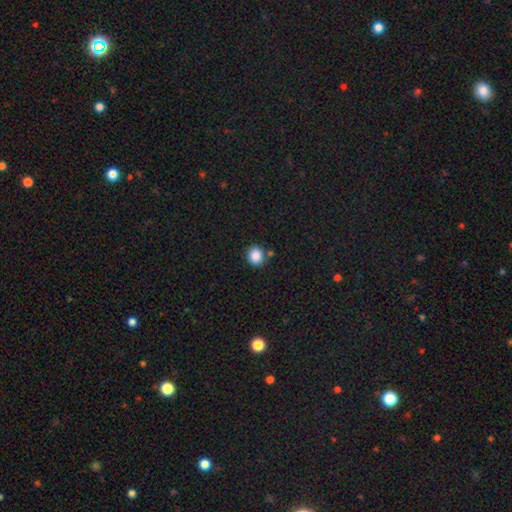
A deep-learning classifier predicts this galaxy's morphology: smooth_or_featured: smooth (p=0.86) [alt: star or artifact p=0.10]
how_rounded: round (p=0.82) [alt: in between p=0.17]
merging: none (p=0.81) [alt: minor disturbance p=0.10]